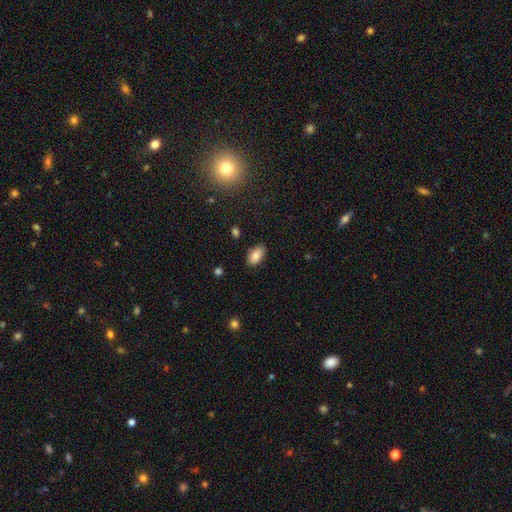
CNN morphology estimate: Smooth or featured? Predicted: smooth (p=0.84). How rounded? Predicted: in between (p=0.93). Merging? Predicted: none (p=0.86).